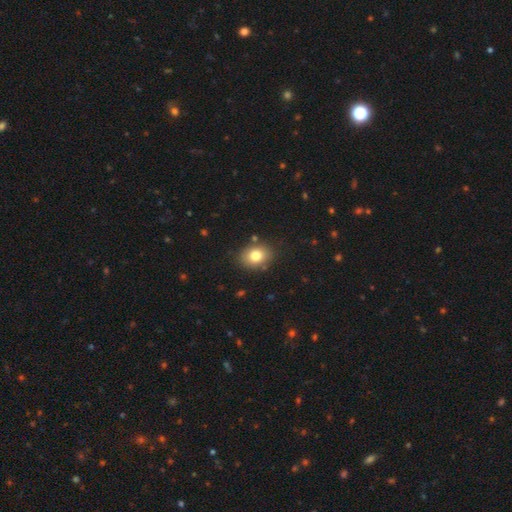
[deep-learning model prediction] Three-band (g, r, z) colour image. It shows a smooth galaxy with no disk features (79%) that is in between round and cigar-shaped (56%). Merging: none (84%).